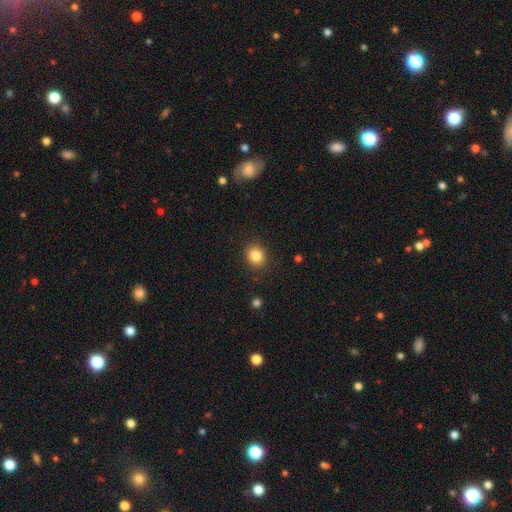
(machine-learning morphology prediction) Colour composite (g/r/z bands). It shows a smooth galaxy with no disk features (84%) that is round (68%). Merging: none (88%).